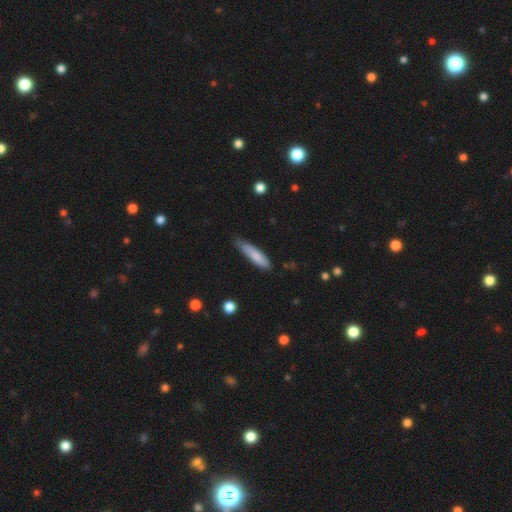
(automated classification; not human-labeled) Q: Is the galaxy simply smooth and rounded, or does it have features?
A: smooth — 80%.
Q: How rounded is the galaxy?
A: cigar-shaped — 77%.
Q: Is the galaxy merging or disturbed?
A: none — 60%.